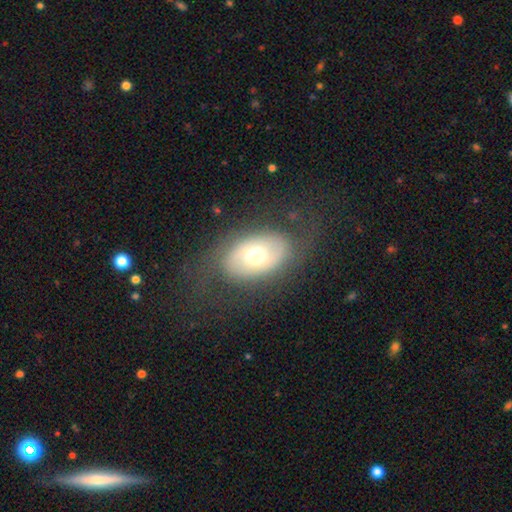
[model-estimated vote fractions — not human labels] This appears to be a featured or disk galaxy (47%). Merging: none (72%).